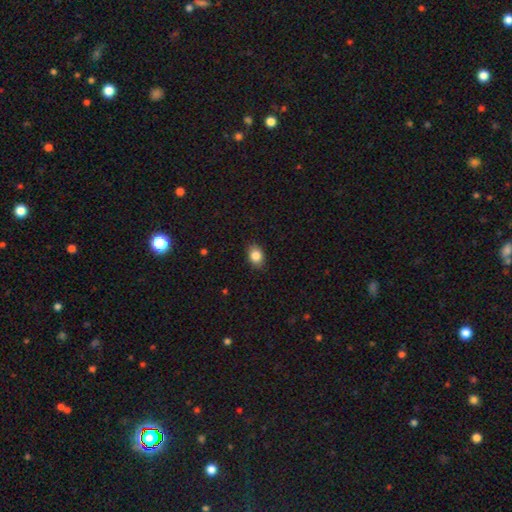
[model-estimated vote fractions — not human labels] Smooth or featured: smooth — 86% (star or artifact — 9%)
How rounded: in between — 64% (round — 35%)
Merging: none — 86% (minor disturbance — 11%)